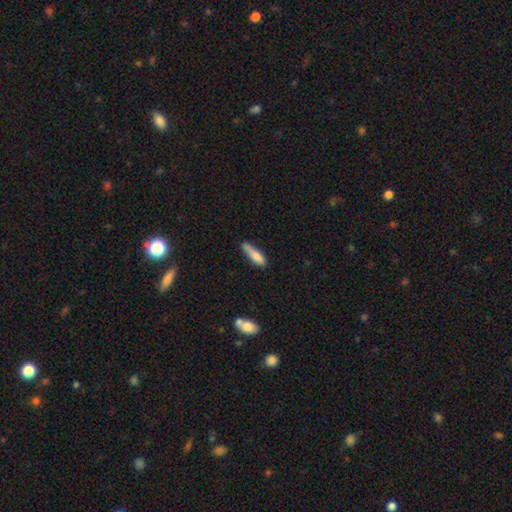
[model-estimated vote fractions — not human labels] This appears to be a smooth galaxy with no disk features (77%) that is cigar-shaped (68%). Merging: none (49%).